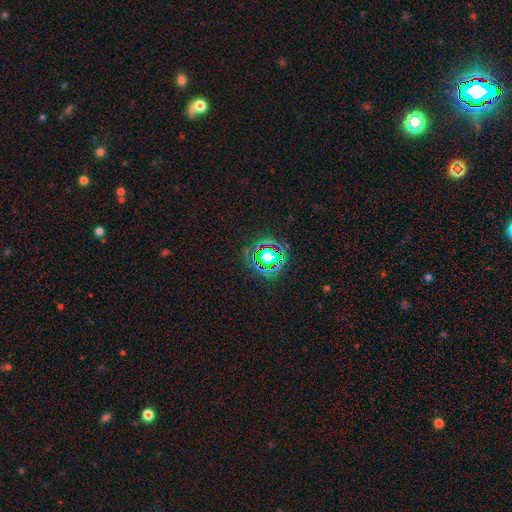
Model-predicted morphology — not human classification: A star or artifact, not a galaxy (79%).

Vote fractions:
- Smooth or featured? star or artifact: 79% / smooth: 14% / featured or disk: 7%